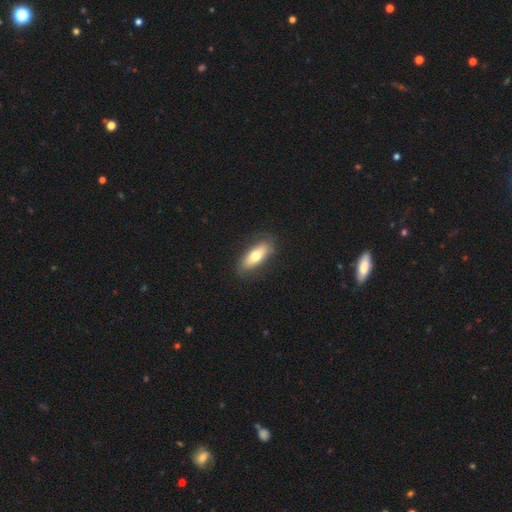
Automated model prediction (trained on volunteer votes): smooth_or_featured: smooth (p=0.63) [alt: featured or disk p=0.31]
how_rounded: in between (p=0.74) [alt: cigar-shaped p=0.23]
merging: none (p=0.81) [alt: minor disturbance p=0.14]